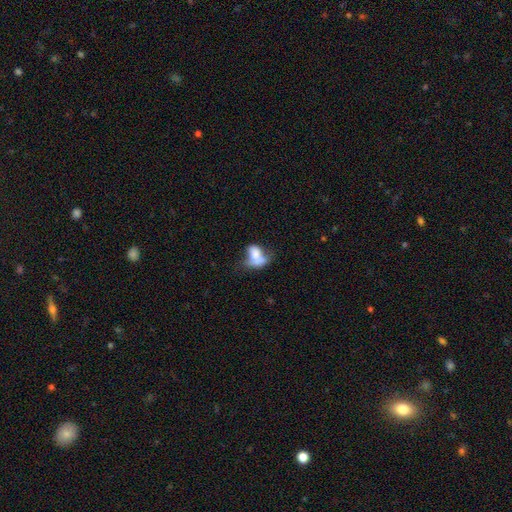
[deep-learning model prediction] The model was most divided on "merging": merger: 42%, major disturbance: 23%, none: 19%, minor disturbance: 16%. More confident: how rounded — in between (80%); smooth or featured — smooth (56%).